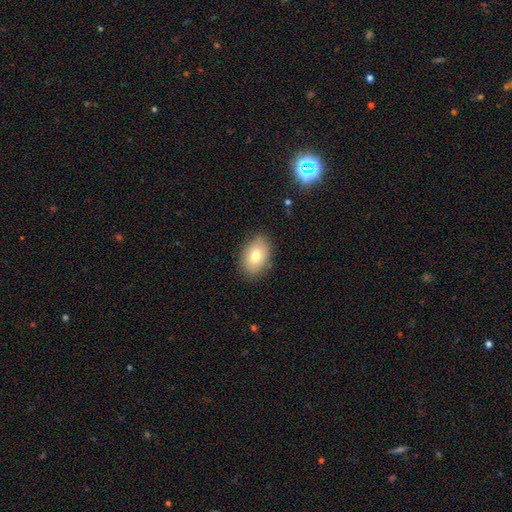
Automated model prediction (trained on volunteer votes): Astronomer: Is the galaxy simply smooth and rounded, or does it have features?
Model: smooth — 77%.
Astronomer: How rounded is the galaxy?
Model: in between — 85%.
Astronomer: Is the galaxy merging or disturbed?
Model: none — 85%.